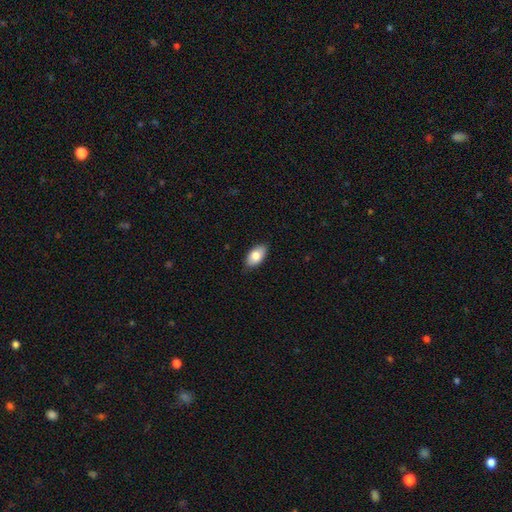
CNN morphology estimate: Smooth or featured? Predicted: smooth (p=0.80). How rounded? Predicted: in between (p=0.94). Merging? Predicted: none (p=0.85).